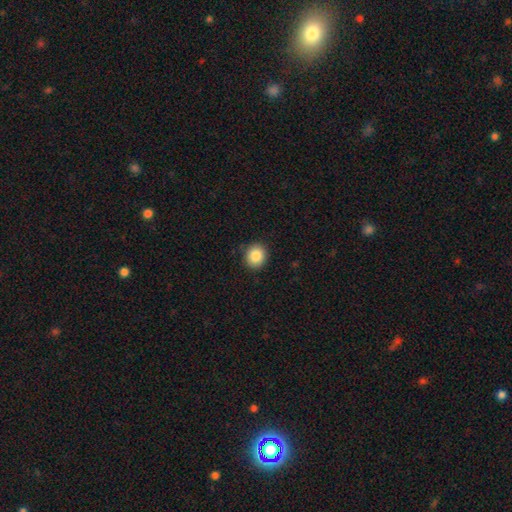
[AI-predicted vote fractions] Q: Smooth or featured?
A: smooth (86%); runner-up: star or artifact (9%)
Q: How rounded?
A: round (85%); runner-up: in between (15%)
Q: Merging?
A: none (90%); runner-up: minor disturbance (7%)